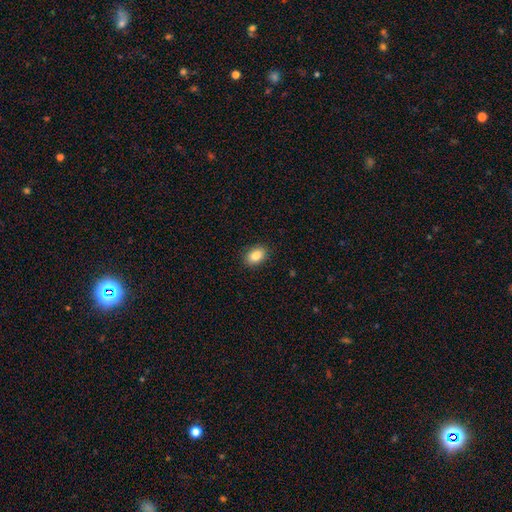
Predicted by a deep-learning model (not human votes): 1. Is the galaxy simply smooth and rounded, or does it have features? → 86% smooth, 8% star or artifact, 6% featured or disk.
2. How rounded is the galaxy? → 81% in between, 17% round, 1% cigar-shaped.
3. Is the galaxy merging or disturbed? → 89% none, 8% minor disturbance, 2% major disturbance, 1% merger.